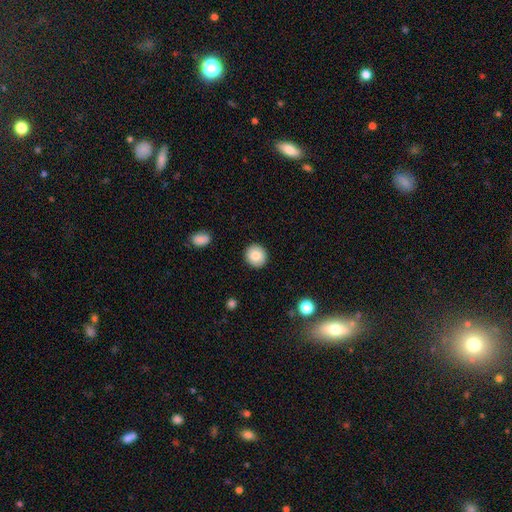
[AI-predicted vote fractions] Smooth or featured?
  - smooth: 84% *
  - star or artifact: 8%
  - featured or disk: 7%
How rounded?
  - round: 88% *
  - in between: 11%
  - cigar-shaped: 1%
Merging?
  - none: 92% *
  - minor disturbance: 6%
  - major disturbance: 2%
  - merger: 1%